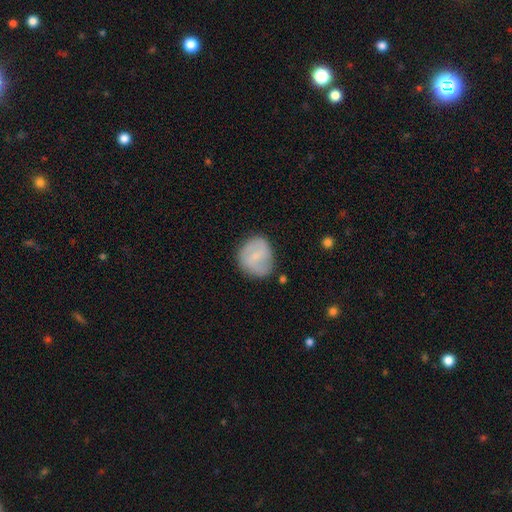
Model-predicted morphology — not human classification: Overall: smooth (52%; featured or disk 41%). How rounded: round (72%). Merging: none (67%).